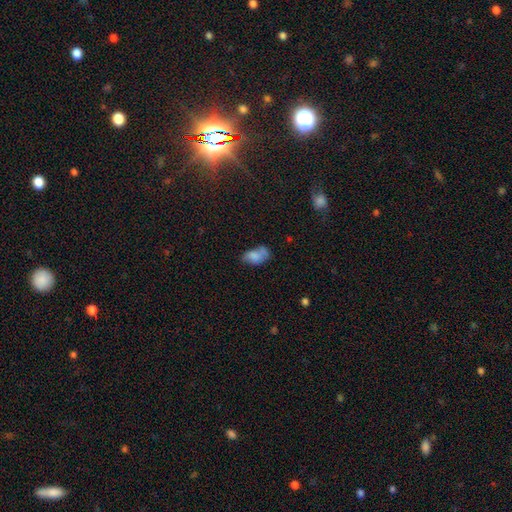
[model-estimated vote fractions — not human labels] Smooth or featured?
  - smooth: 74% *
  - featured or disk: 17%
  - star or artifact: 10%
How rounded?
  - in between: 91% *
  - round: 7%
  - cigar-shaped: 2%
Merging?
  - none: 41% *
  - minor disturbance: 31%
  - major disturbance: 15%
  - merger: 12%